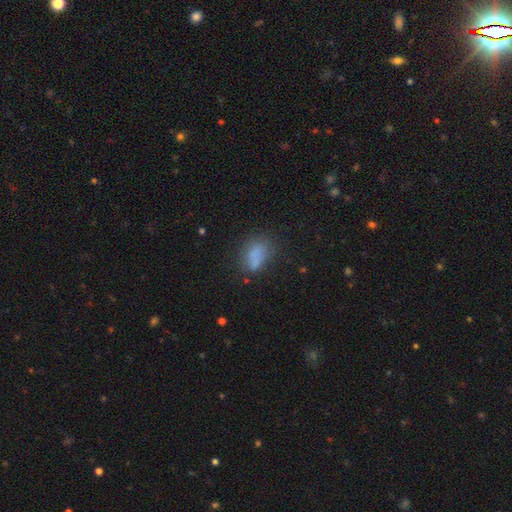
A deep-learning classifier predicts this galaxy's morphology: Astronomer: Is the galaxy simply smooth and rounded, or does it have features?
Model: smooth — 75%.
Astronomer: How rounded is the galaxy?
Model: in between — 82%.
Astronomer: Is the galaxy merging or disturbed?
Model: none — 53%.